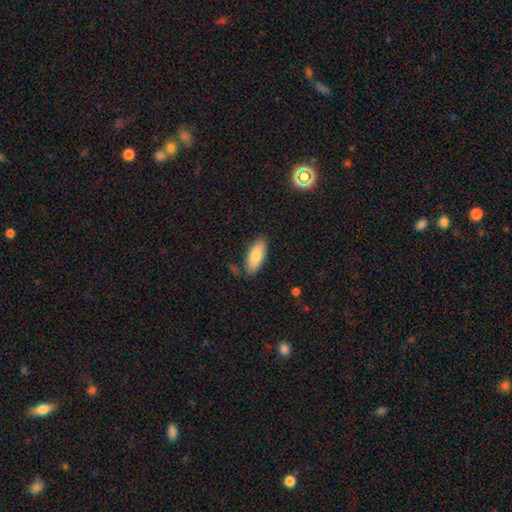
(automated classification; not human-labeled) The model was most divided on "how rounded": in between: 81%, cigar-shaped: 17%, round: 2%. More confident: merging — none (82%); smooth or featured — smooth (81%).